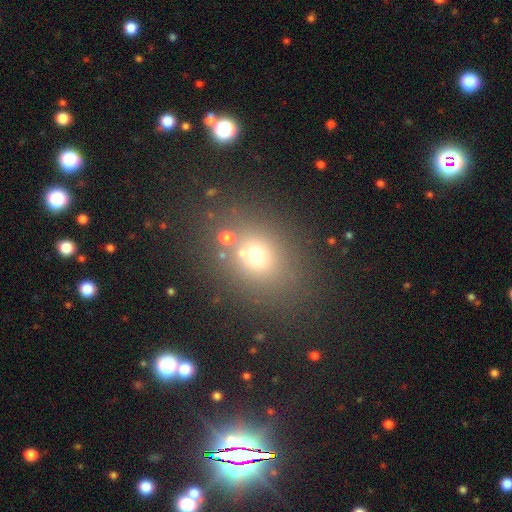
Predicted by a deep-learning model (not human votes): This appears to be a smooth galaxy with no disk features (64%) that is round (61%). Merging: none (72%).